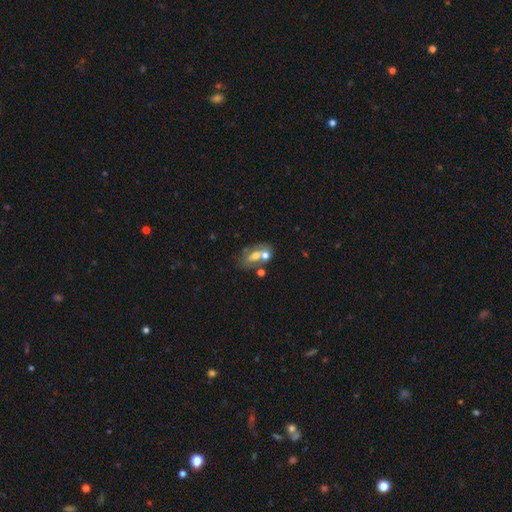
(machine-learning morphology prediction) Smooth or featured? Predicted: smooth (p=0.49). Merging? Predicted: merger (p=0.43).